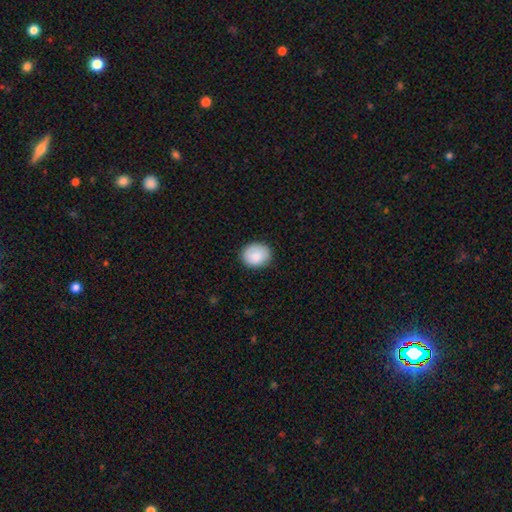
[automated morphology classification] Overall: smooth (87%). How rounded: round (62%; in between 38%). Merging: none (83%).